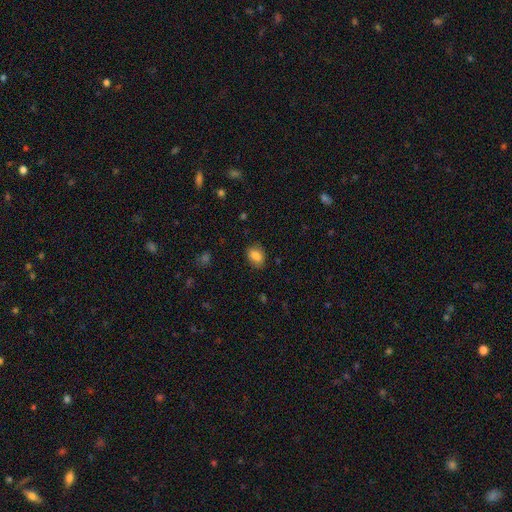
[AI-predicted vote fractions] This is clearly a smooth galaxy (83%). How rounded: likely in between (75%). Merging: clearly none (80%).